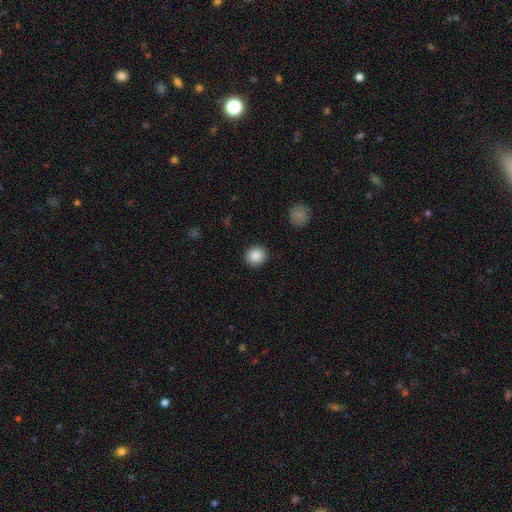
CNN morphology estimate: Overall: smooth (88%). How rounded: round (91%). Merging: none (92%).